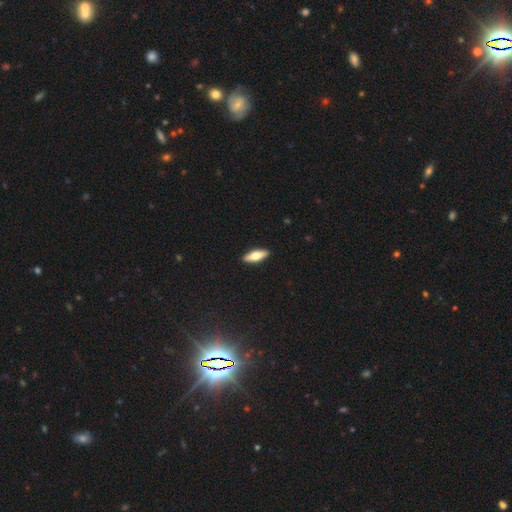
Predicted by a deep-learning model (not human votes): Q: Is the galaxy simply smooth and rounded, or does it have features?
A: smooth — 60%.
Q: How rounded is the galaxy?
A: in between — 54%.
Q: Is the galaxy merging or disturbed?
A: none — 91%.